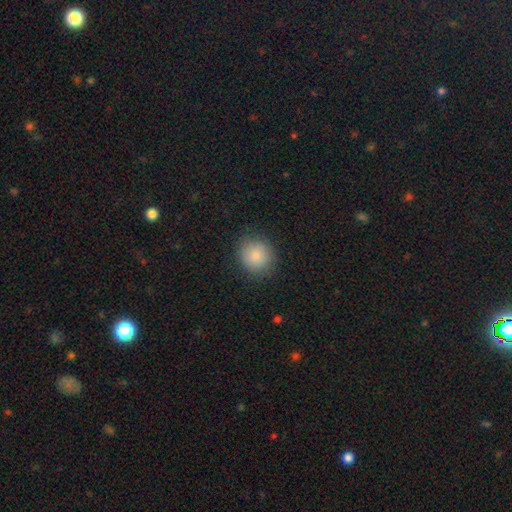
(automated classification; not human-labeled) smooth_or_featured: smooth (p=0.87) [alt: star or artifact p=0.08]
how_rounded: round (p=0.88) [alt: in between p=0.11]
merging: none (p=0.85) [alt: minor disturbance p=0.11]